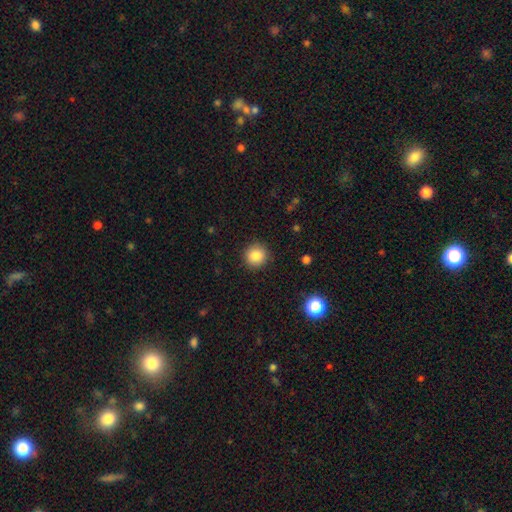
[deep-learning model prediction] Smooth or featured? smooth (85%)
How rounded? round (93%)
Merging? none (90%)